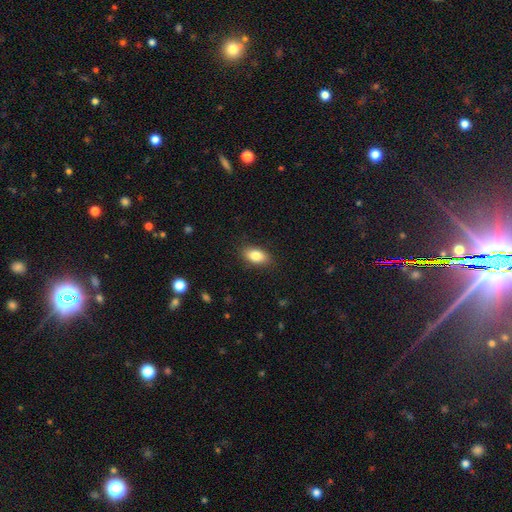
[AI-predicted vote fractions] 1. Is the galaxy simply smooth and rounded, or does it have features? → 84% smooth, 8% featured or disk, 7% star or artifact.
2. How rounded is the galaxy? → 90% in between, 6% round, 4% cigar-shaped.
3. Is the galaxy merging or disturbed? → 86% none, 10% minor disturbance, 3% major disturbance, 1% merger.